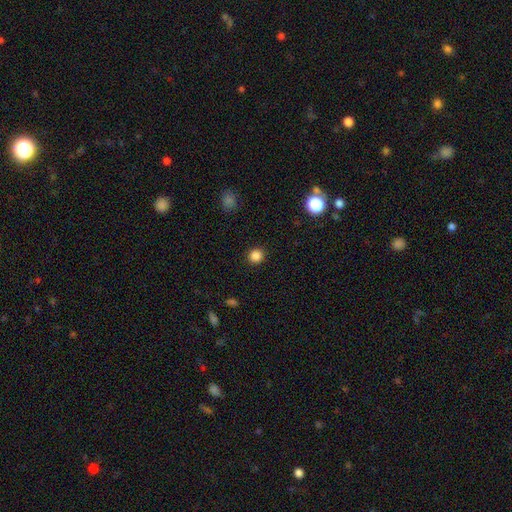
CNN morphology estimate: smooth_or_featured: smooth (p=0.85) [alt: star or artifact p=0.12]
how_rounded: round (p=0.92) [alt: in between p=0.07]
merging: none (p=0.91) [alt: minor disturbance p=0.06]